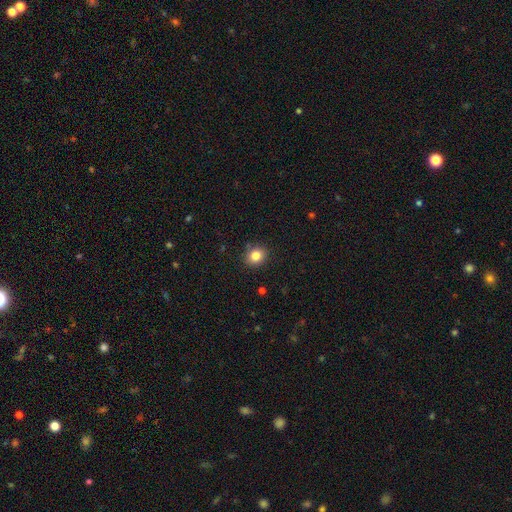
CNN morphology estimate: A smooth galaxy with no disk features (84%) that is round (73%). Merging: none (87%).